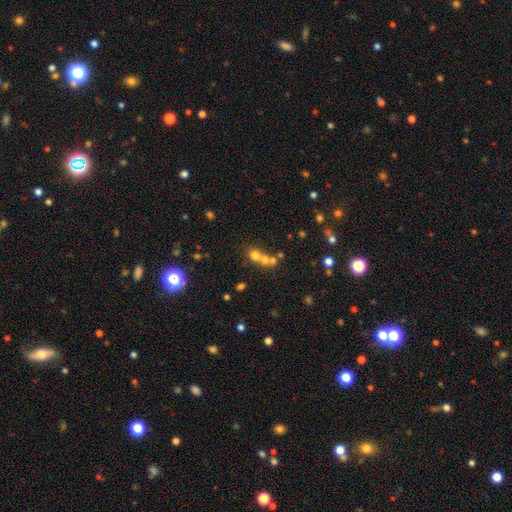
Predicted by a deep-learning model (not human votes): Smooth or featured? smooth (63%)
How rounded? round (75%)
Merging? merger (58%)